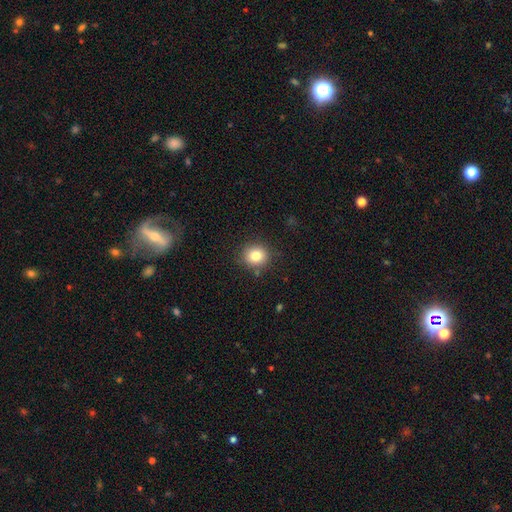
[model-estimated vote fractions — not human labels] Smooth or featured? smooth (81%)
How rounded? round (84%)
Merging? none (87%)